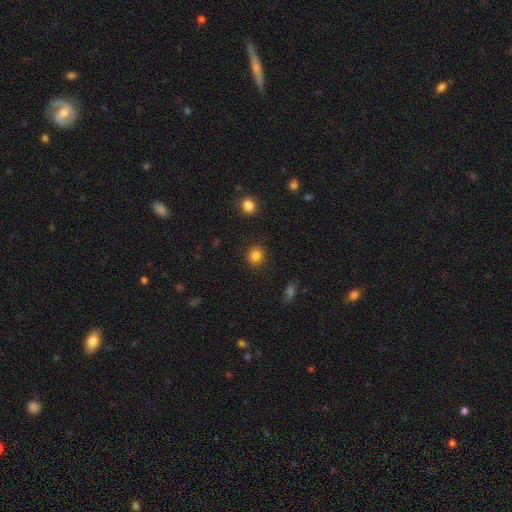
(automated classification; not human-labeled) This is clearly a smooth galaxy (85%). How rounded: clearly round (88%). Merging: clearly none (90%).